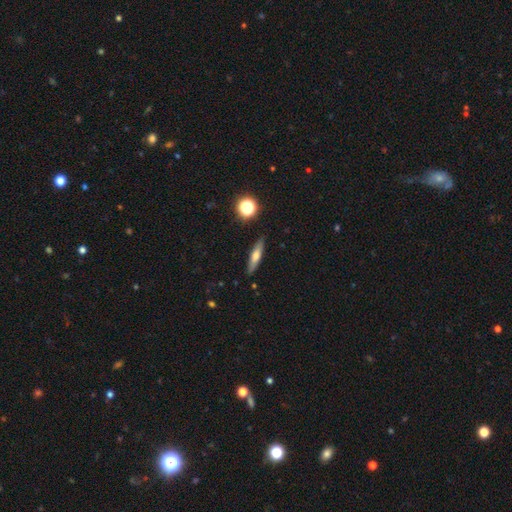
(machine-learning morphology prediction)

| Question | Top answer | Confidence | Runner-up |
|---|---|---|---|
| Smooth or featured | smooth | 53% | featured or disk (39%) |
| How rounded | cigar-shaped | 78% | in between (18%) |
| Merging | none | 88% | minor disturbance (8%) |